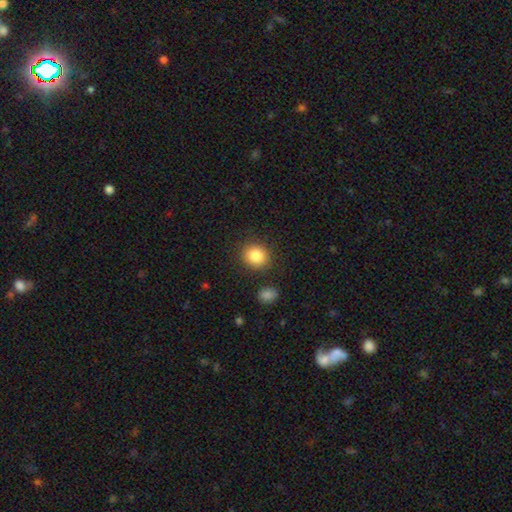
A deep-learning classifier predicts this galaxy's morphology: Smooth or featured?
  - smooth: 86% *
  - star or artifact: 9%
  - featured or disk: 5%
How rounded?
  - round: 78% *
  - in between: 21%
  - cigar-shaped: 1%
Merging?
  - none: 85% *
  - minor disturbance: 8%
  - merger: 3%
  - major disturbance: 3%